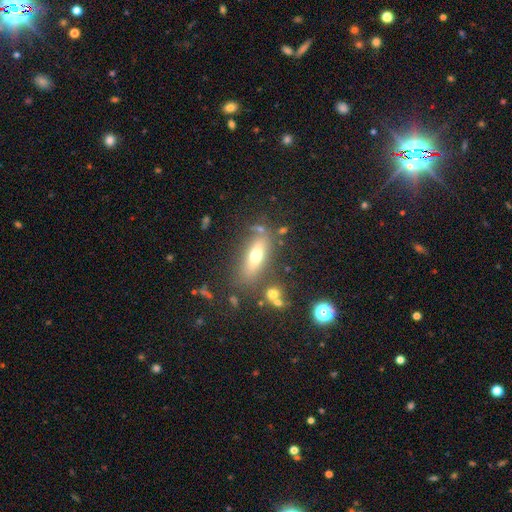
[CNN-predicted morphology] smooth 60%, featured or disk 29%, star or artifact 11%. Down the decision tree: how rounded — in between (57%); merging — none (72%).